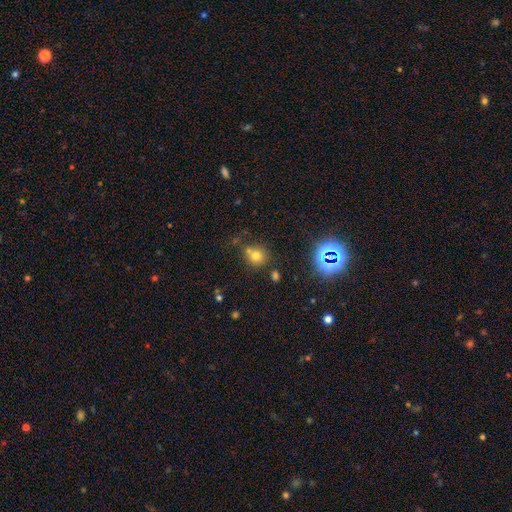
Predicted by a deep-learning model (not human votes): Morphology: type=smooth (68%); roundness=round (85%); merging=none (60%).